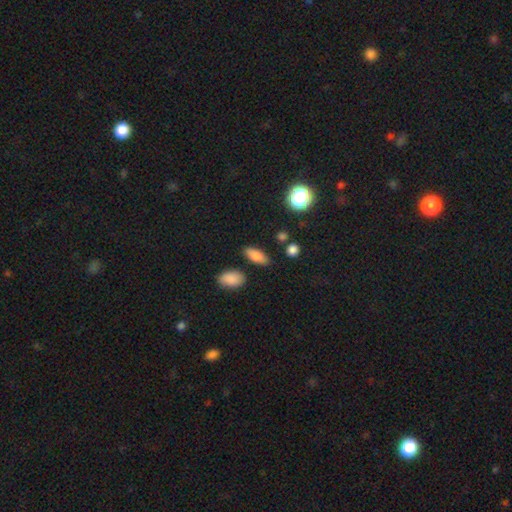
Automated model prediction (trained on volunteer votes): This appears to be a smooth galaxy with no disk features (83%) that is in between round and cigar-shaped (82%). Merging: none (82%).